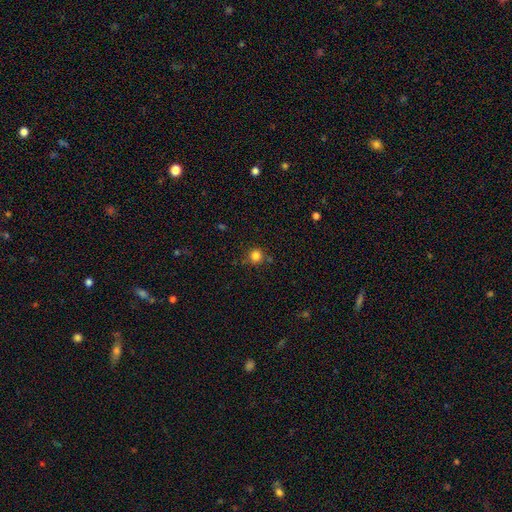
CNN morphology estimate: smooth-or-featured: smooth: 82% | star or artifact: 13% | featured or disk: 5%
  how-rounded: round: 93% | in between: 6% | cigar-shaped: 1%
  merging: none: 81% | minor disturbance: 11% | merger: 5% | major disturbance: 3%